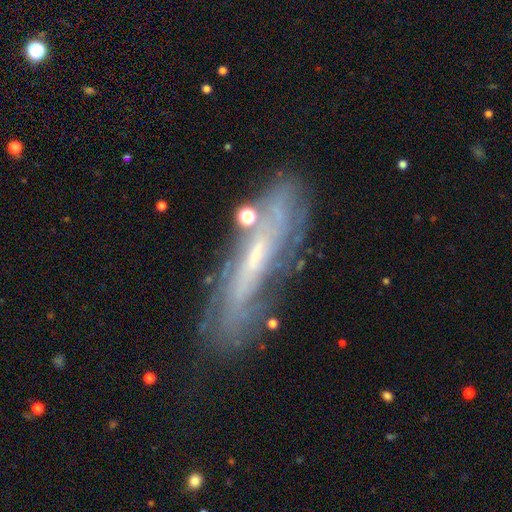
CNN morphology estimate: This is likely a featured or disk galaxy (70%). It is possibly not viewed edge-on (55%). Merging: likely none (72%).